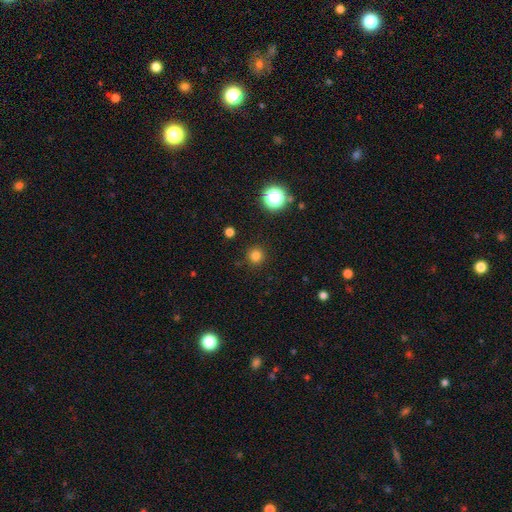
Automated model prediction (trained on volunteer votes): Smooth or featured?
  - smooth: 79% *
  - star or artifact: 17%
  - featured or disk: 4%
How rounded?
  - round: 95% *
  - in between: 4%
  - cigar-shaped: 1%
Merging?
  - none: 90% *
  - minor disturbance: 6%
  - major disturbance: 2%
  - merger: 2%